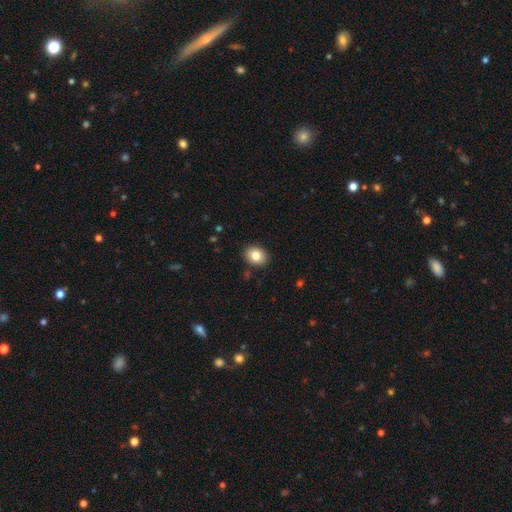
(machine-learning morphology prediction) Q: Smooth or featured?
A: smooth (83%); runner-up: star or artifact (9%)
Q: How rounded?
A: in between (57%); runner-up: round (42%)
Q: Merging?
A: none (89%); runner-up: minor disturbance (8%)